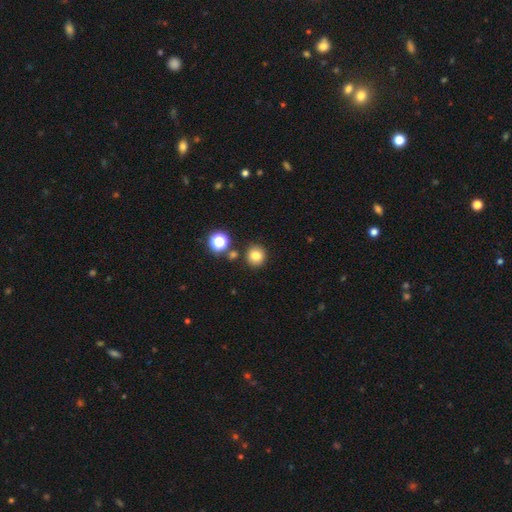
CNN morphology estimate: Smooth or featured? smooth (79%)
How rounded? round (91%)
Merging? none (85%)